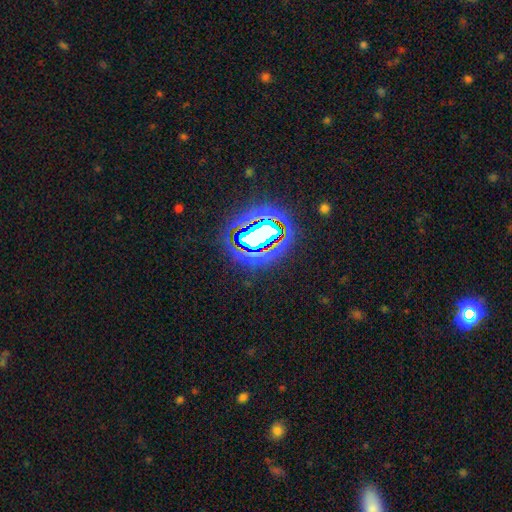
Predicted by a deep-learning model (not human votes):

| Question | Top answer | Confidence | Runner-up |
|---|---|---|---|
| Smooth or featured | star or artifact | 81% | smooth (11%) |